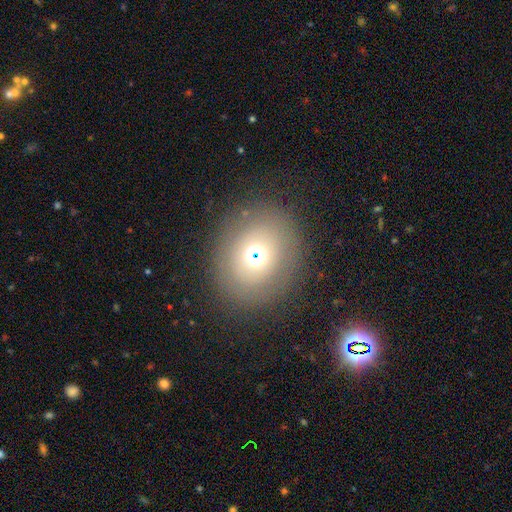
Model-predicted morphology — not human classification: Smooth or featured? smooth (62%)
How rounded? round (73%)
Merging? none (84%)